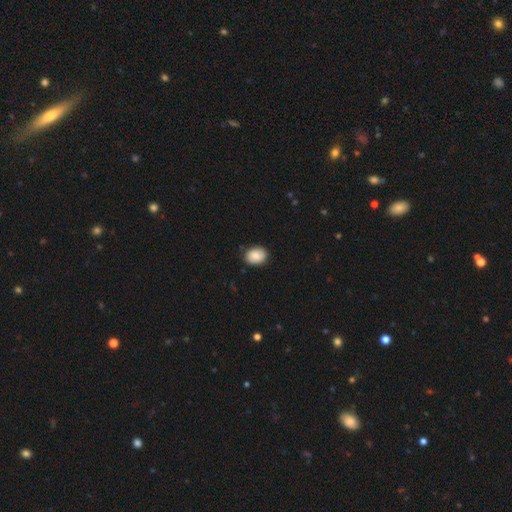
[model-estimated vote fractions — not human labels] The model was most divided on "how rounded": in between: 57%, round: 43%, cigar-shaped: 1%. More confident: merging — none (85%); smooth or featured — smooth (84%).